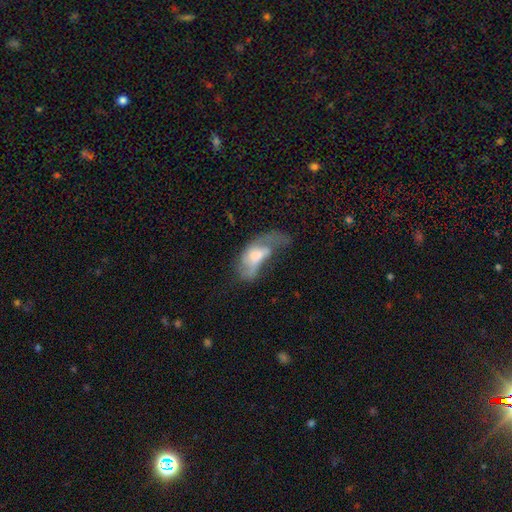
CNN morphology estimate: type=featured or disk (51%); edge-on=no (93%); merging=major disturbance (55%).